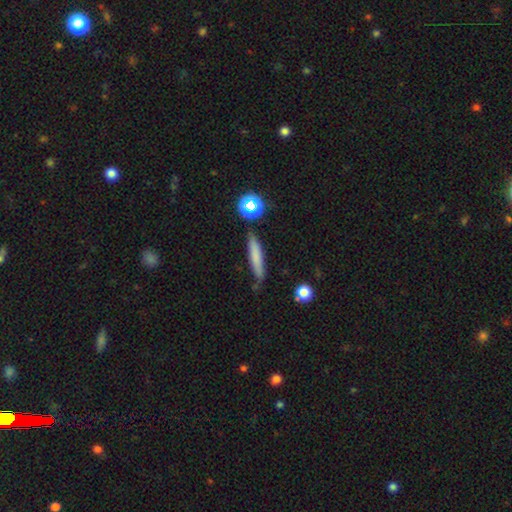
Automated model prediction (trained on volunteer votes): smooth_or_featured: smooth (p=0.72) [alt: featured or disk p=0.18]
how_rounded: cigar-shaped (p=0.88) [alt: in between p=0.09]
merging: none (p=0.77) [alt: minor disturbance p=0.16]